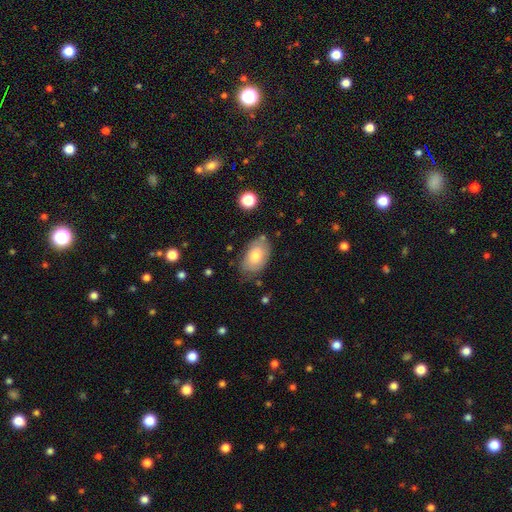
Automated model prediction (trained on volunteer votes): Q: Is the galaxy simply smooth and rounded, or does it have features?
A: smooth — 75%.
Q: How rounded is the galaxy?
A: in between — 92%.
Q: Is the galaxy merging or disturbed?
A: none — 70%.